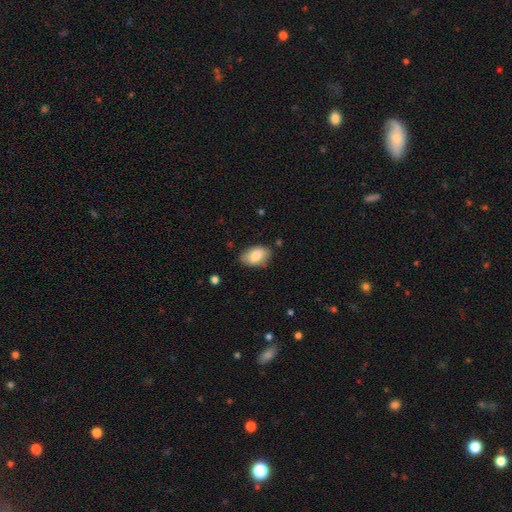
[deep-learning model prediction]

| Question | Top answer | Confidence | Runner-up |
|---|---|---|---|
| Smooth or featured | smooth | 78% | featured or disk (15%) |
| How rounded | in between | 90% | round (8%) |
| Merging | none | 76% | minor disturbance (18%) |